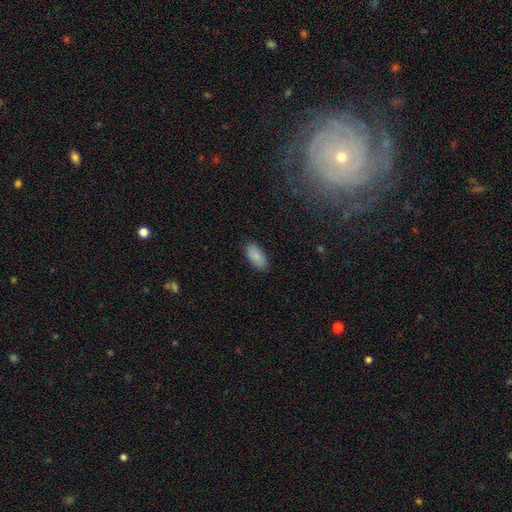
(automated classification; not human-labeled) smooth_or_featured: smooth (p=0.88) [alt: star or artifact p=0.06]
how_rounded: in between (p=0.93) [alt: cigar-shaped p=0.05]
merging: none (p=0.87) [alt: minor disturbance p=0.10]